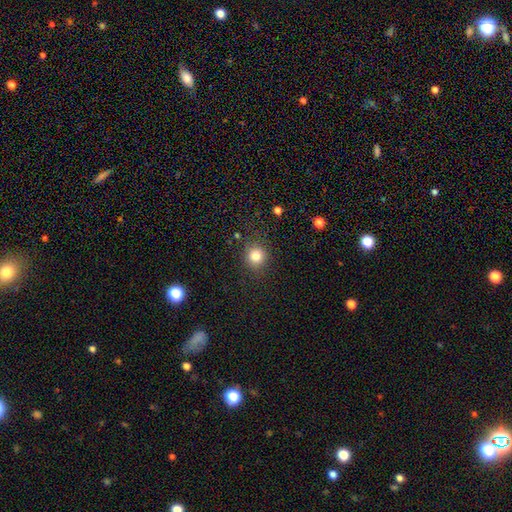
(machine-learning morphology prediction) The model was most divided on "smooth or featured": smooth: 81%, star or artifact: 13%, featured or disk: 6%. More confident: how rounded — round (87%); merging — none (85%).